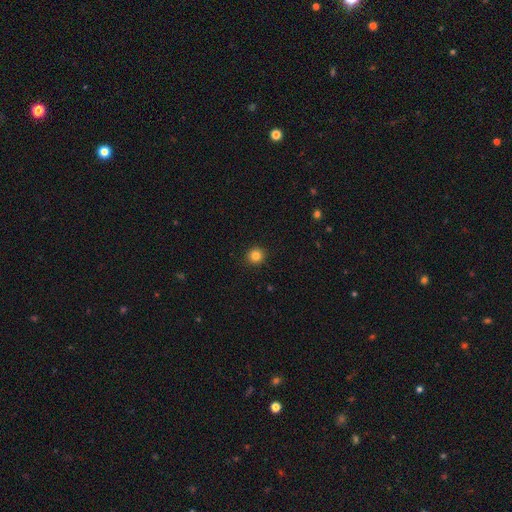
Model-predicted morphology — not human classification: smooth-or-featured: smooth: 83% | star or artifact: 12% | featured or disk: 5%
  how-rounded: round: 94% | in between: 5% | cigar-shaped: 1%
  merging: none: 92% | minor disturbance: 5% | major disturbance: 2% | merger: 1%